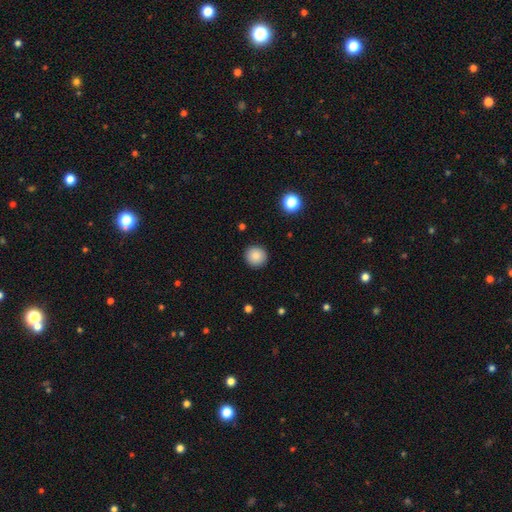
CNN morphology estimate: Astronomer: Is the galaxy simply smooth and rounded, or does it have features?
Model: smooth — 86%.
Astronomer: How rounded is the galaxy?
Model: round — 94%.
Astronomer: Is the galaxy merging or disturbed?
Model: none — 92%.